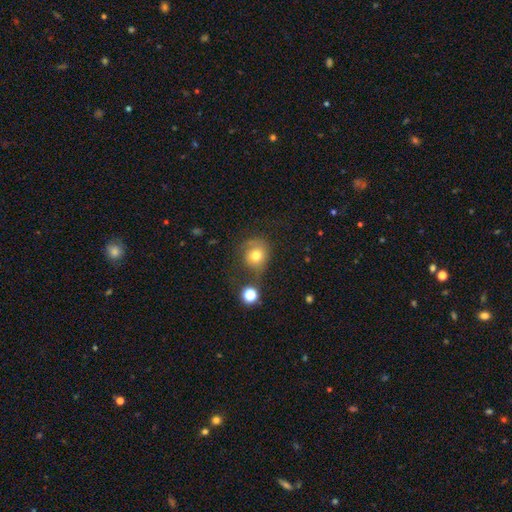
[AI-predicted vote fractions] smooth_or_featured: smooth (p=0.70) [alt: featured or disk p=0.18]
how_rounded: round (p=0.79) [alt: in between p=0.20]
merging: none (p=0.53) [alt: minor disturbance p=0.24]